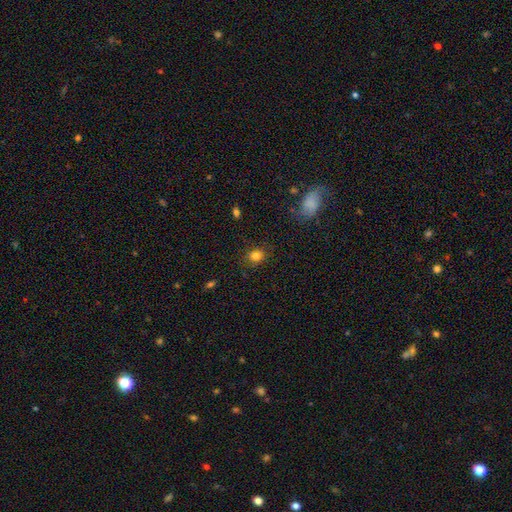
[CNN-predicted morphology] This is clearly a smooth galaxy (81%). How rounded: likely round (64%). Merging: clearly none (84%).